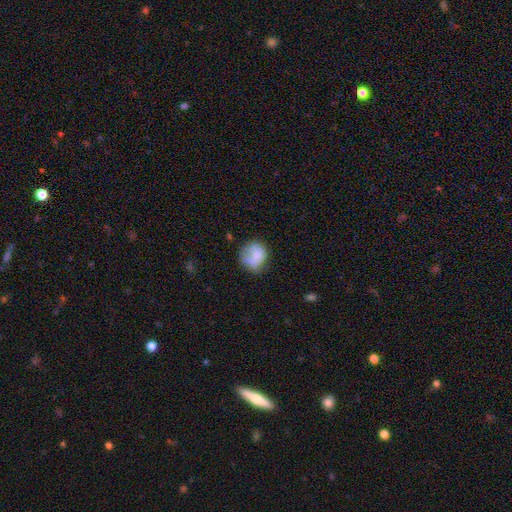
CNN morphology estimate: type=smooth (68%); roundness=round (68%); merging=none (40%).